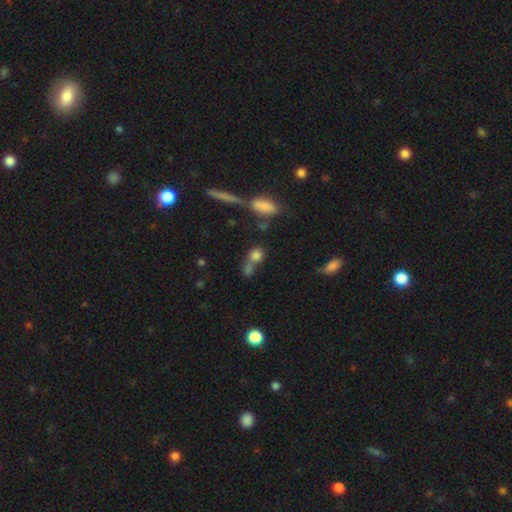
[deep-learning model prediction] A smooth galaxy with no disk features (74%) that is round (61%). Merging: merger (45%).